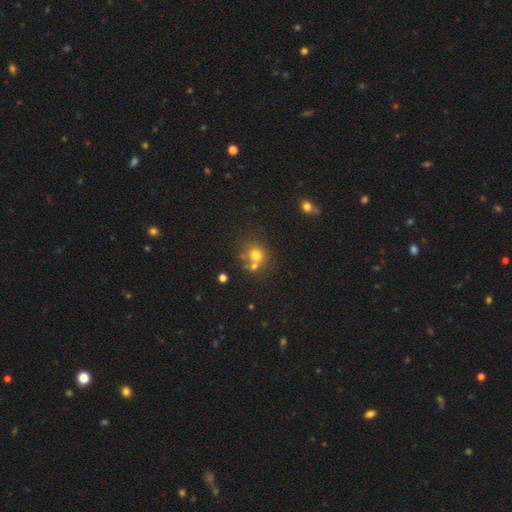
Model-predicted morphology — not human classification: type=smooth (71%); roundness=round (84%); merging=none (54%).